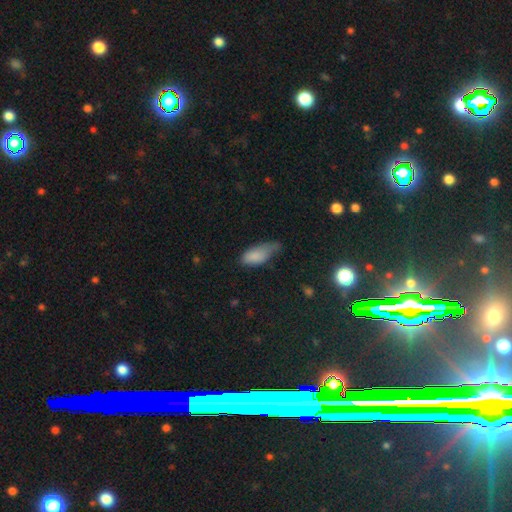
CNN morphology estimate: Smooth or featured? Predicted: smooth (p=0.83). How rounded? Predicted: in between (p=0.87). Merging? Predicted: minor disturbance (p=0.48).